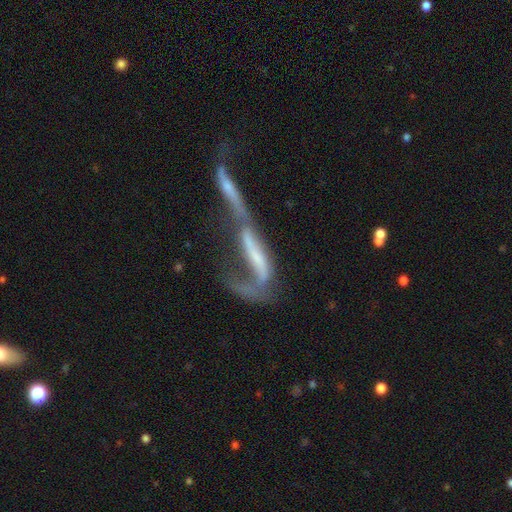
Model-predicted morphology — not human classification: Q: Smooth or featured?
A: featured or disk (64%); runner-up: smooth (25%)
Q: Edge-on disk?
A: no (75%); runner-up: yes (25%)
Q: Merging?
A: merger (70%); runner-up: major disturbance (18%)